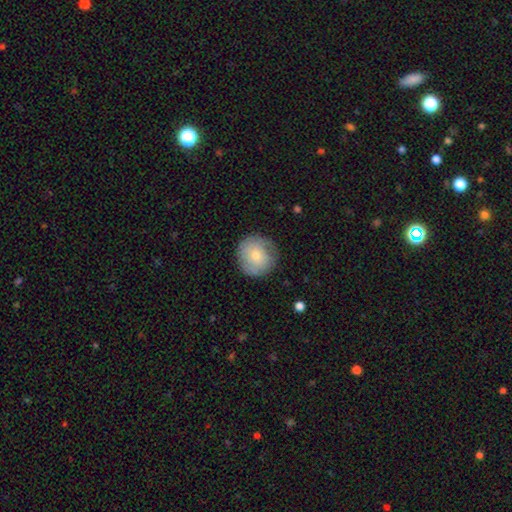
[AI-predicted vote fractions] Smooth or featured? smooth (70%)
How rounded? round (91%)
Merging? none (78%)